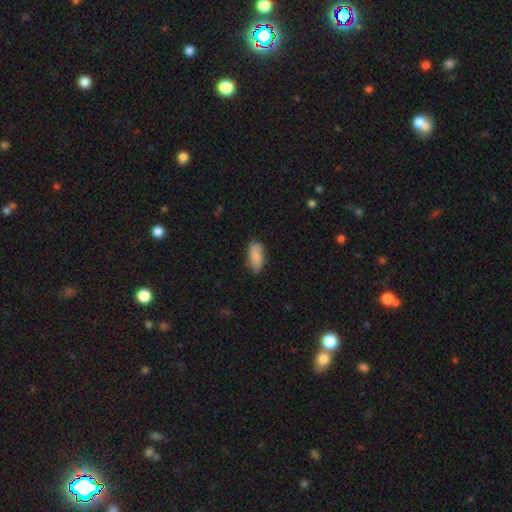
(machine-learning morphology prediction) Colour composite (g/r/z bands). It shows a smooth galaxy with no disk features (80%) that is in between round and cigar-shaped (87%). Merging: none (72%).